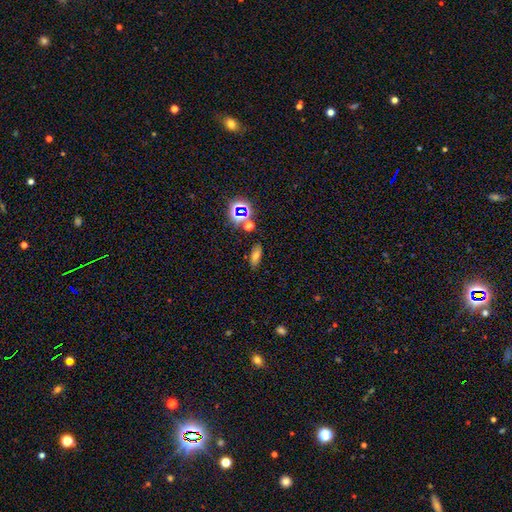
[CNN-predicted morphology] Smooth or featured? smooth (59%)
How rounded? in between (70%)
Merging? none (83%)